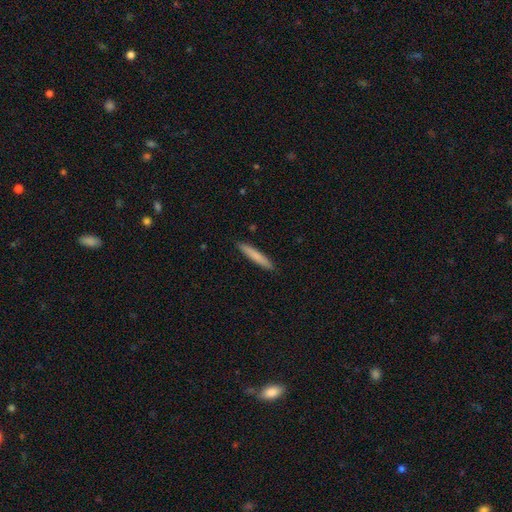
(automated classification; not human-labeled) Smooth or featured? Predicted: smooth (p=0.78). How rounded? Predicted: cigar-shaped (p=0.94). Merging? Predicted: none (p=0.91).